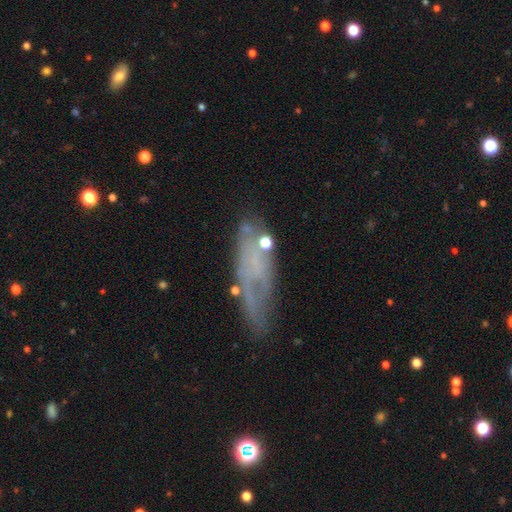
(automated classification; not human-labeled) Smooth or featured?
  - featured or disk: 51% *
  - smooth: 35%
  - star or artifact: 14%
Edge-on disk?
  - no: 71% *
  - yes: 29%
Merging?
  - none: 58% *
  - minor disturbance: 22%
  - major disturbance: 14%
  - merger: 6%